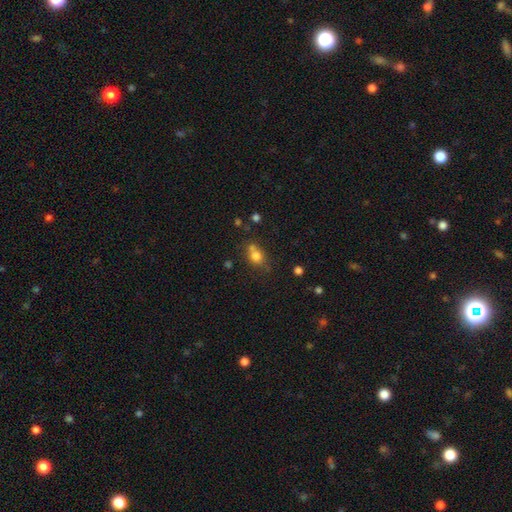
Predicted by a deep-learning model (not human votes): Smooth or featured?
  - smooth: 77% *
  - star or artifact: 13%
  - featured or disk: 10%
How rounded?
  - round: 59% *
  - in between: 39%
  - cigar-shaped: 2%
Merging?
  - none: 50% *
  - merger: 25%
  - minor disturbance: 18%
  - major disturbance: 7%